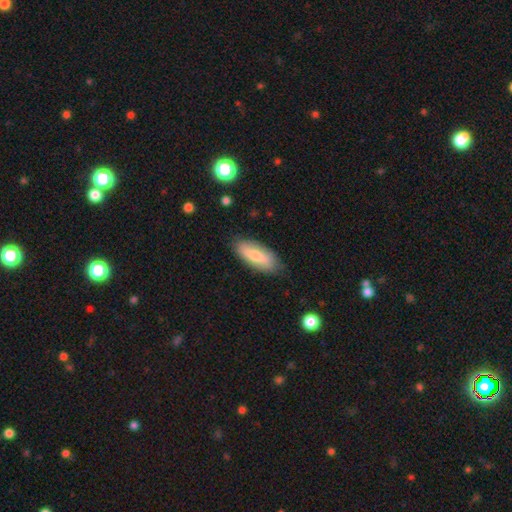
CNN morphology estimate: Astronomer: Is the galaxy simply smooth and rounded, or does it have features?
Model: smooth — 71%.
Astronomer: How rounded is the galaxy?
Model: in between — 78%.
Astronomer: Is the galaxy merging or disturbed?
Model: none — 81%.